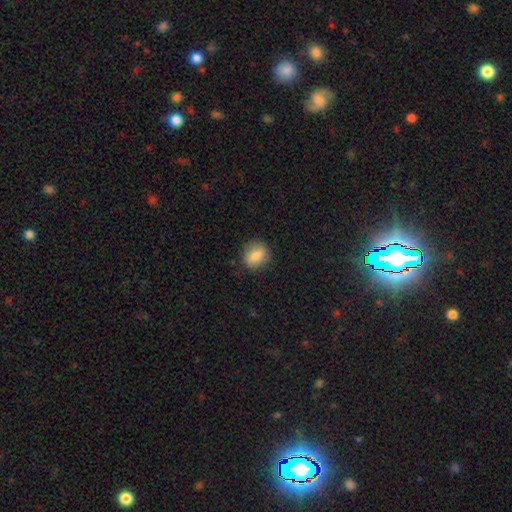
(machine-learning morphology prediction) smooth-or-featured: smooth: 79% | featured or disk: 13% | star or artifact: 8%
  how-rounded: round: 62% | in between: 37% | cigar-shaped: 2%
  merging: none: 84% | minor disturbance: 12% | major disturbance: 3% | merger: 1%